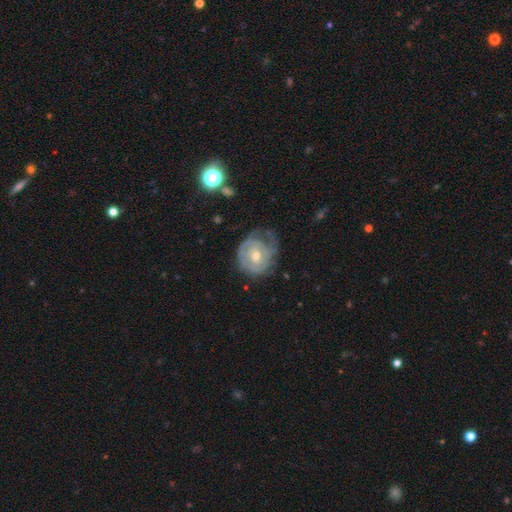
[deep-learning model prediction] featured or disk 78%, smooth 15%, star or artifact 7%. Down the decision tree: edge-on disk — no (97%); bar — no (57%); spiral arms — yes (87%); spiral arm count — can't tell (43%); spiral winding — tight (69%); bulge size — moderate (59%); merging — none (57%).